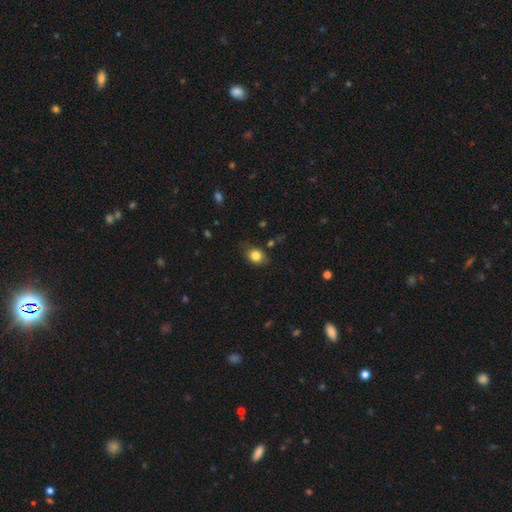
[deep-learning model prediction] Overall: smooth (82%). How rounded: in between (60%; round 39%). Merging: none (75%).